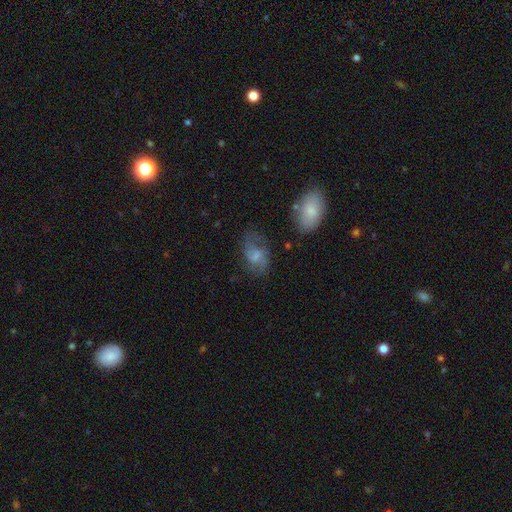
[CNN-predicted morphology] This appears to be a smooth galaxy with no disk features (45%, tied with featured or disk). Merging: none (54%).